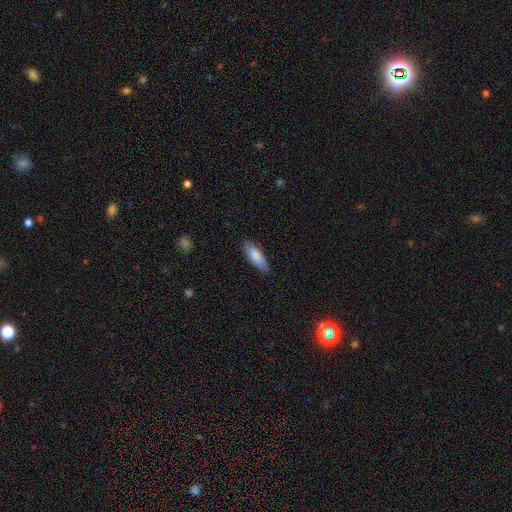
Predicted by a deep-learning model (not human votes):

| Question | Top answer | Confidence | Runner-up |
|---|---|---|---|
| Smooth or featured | smooth | 83% | featured or disk (11%) |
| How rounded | in between | 55% | cigar-shaped (44%) |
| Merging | none | 81% | minor disturbance (16%) |